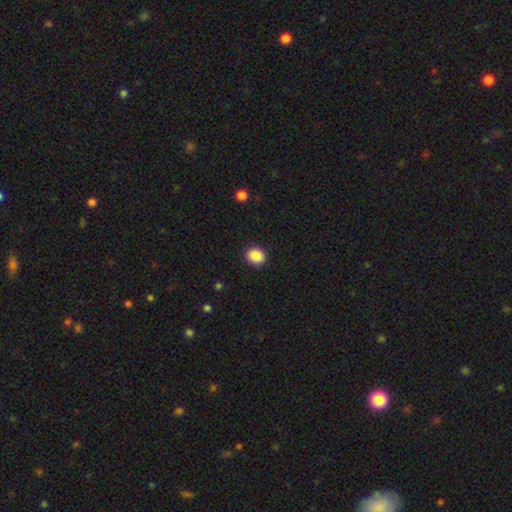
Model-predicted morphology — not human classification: Smooth or featured?
  - smooth: 88% *
  - star or artifact: 9%
  - featured or disk: 3%
How rounded?
  - round: 63% *
  - in between: 37%
  - cigar-shaped: 1%
Merging?
  - none: 91% *
  - minor disturbance: 6%
  - major disturbance: 2%
  - merger: 1%